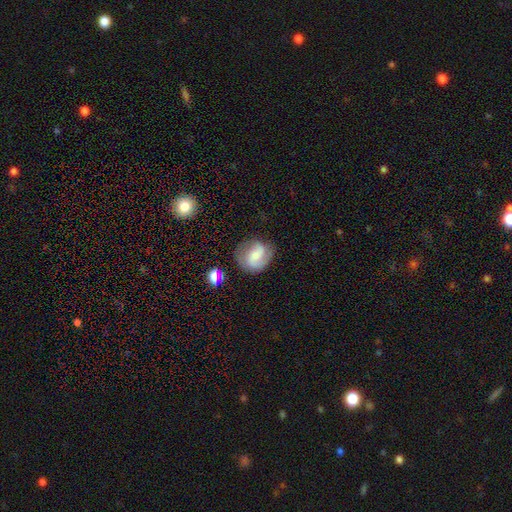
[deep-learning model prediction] smooth-or-featured: featured or disk: 62% | smooth: 30% | star or artifact: 8%
  disk-edge-on: no: 98% | yes: 2%
    bar: weak: 43% (tied) | no: 43% (tied) | strong: 15%
    has-spiral-arms: yes: 90% | no: 10%
      spiral-winding: medium: 45% | tight: 29% | loose: 27%
      spiral-arm-count: 2: 73% | 1: 12% | can't tell: 10% | 3: 2% | 4: 1% | more than 4: 1%
    bulge-size: small: 52% | moderate: 34% | none: 8% | large: 4% | dominant: 2%
  merging: none: 66% | minor disturbance: 21% | major disturbance: 10% | merger: 3%